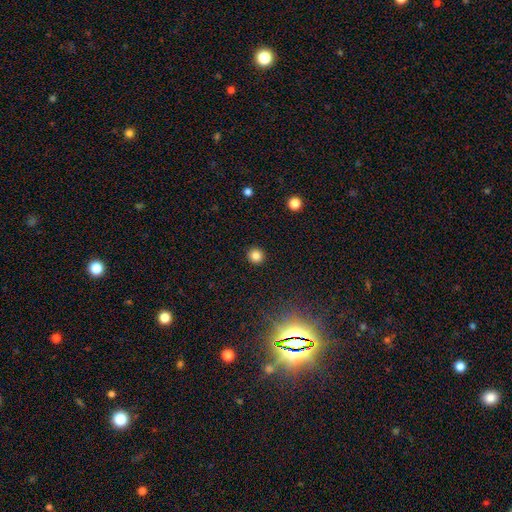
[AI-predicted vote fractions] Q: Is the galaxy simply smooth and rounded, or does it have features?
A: smooth — 83%.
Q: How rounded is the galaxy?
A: round — 94%.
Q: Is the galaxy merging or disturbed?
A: none — 93%.